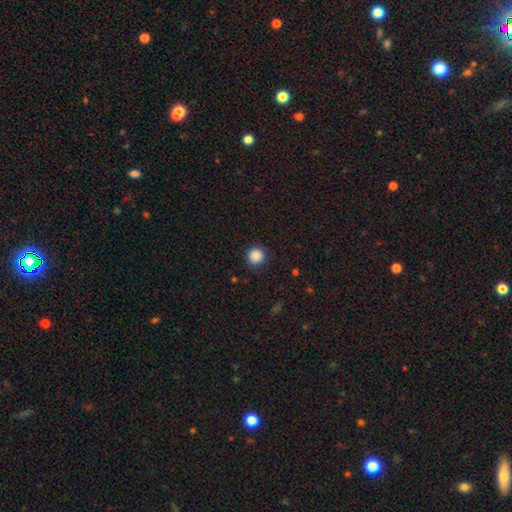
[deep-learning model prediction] This is clearly a smooth galaxy (88%). How rounded: clearly round (95%). Merging: clearly none (91%).